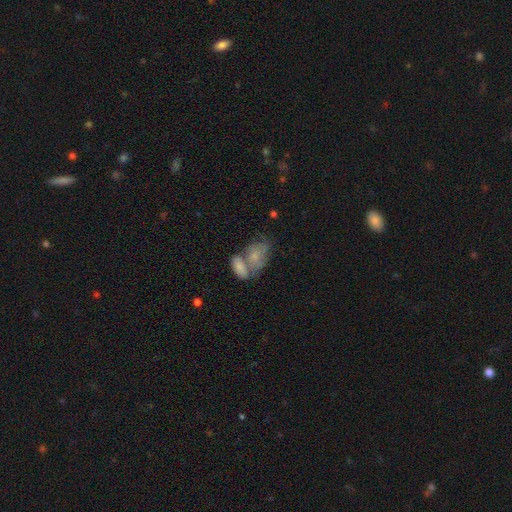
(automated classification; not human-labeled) Smooth or featured? Predicted: smooth (p=0.67). How rounded? Predicted: in between (p=0.82). Merging? Predicted: merger (p=0.55).